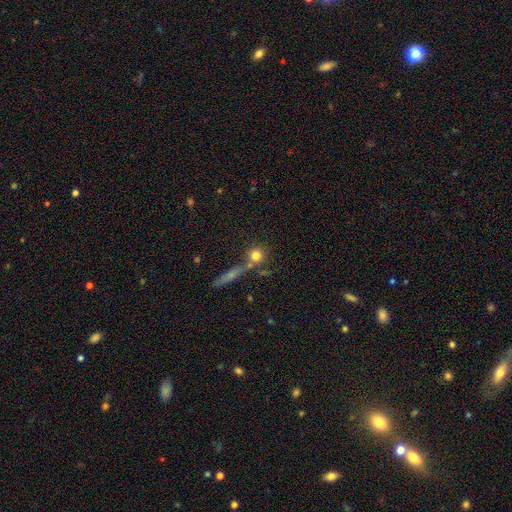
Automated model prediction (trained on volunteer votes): A smooth galaxy with no disk features (76%) that is round (87%). Merging: none (65%).